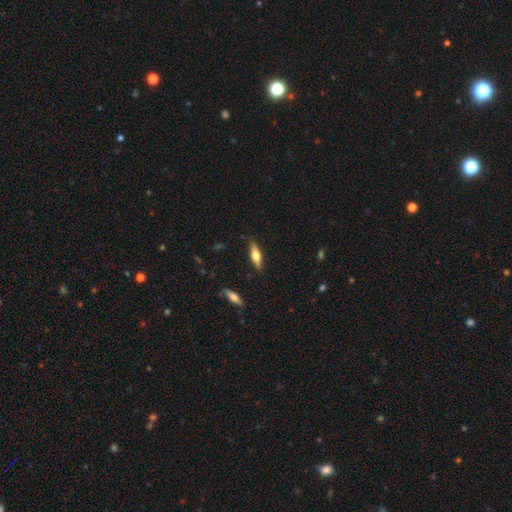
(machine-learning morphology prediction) Smooth or featured: smooth — 57% (featured or disk — 37%)
How rounded: cigar-shaped — 53% (in between — 45%)
Merging: none — 86% (minor disturbance — 10%)